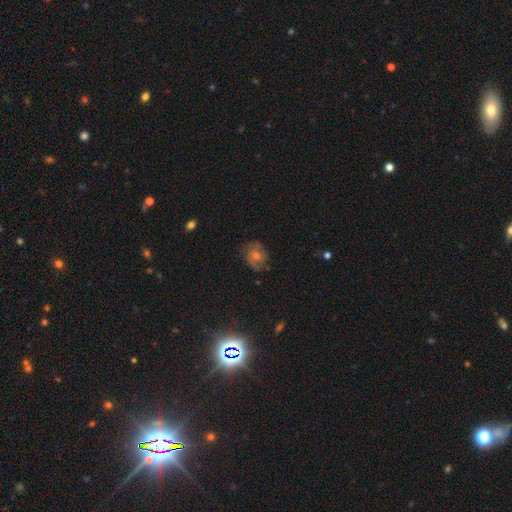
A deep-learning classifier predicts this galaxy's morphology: This is possibly a featured or disk galaxy (54%). It is clearly not viewed edge-on (96%). Bar: likely no (67%). Spiral arm pattern: clearly yes (86%). Central bulge: possibly moderate (52%). Merging: likely none (76%).